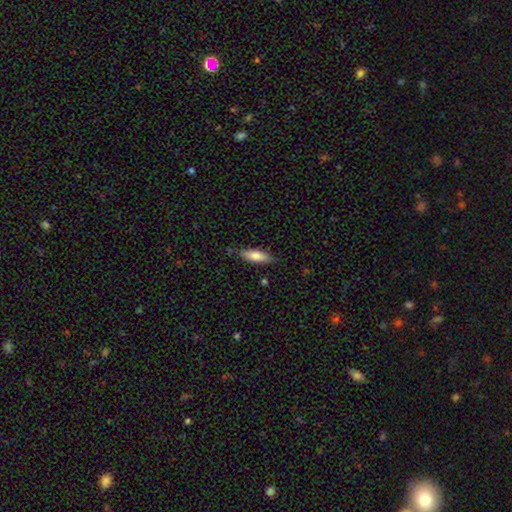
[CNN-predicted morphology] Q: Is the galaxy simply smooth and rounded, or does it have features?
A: smooth — 75%.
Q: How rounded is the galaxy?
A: in between — 49%, tied with cigar-shaped.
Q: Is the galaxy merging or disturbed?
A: none — 81%.